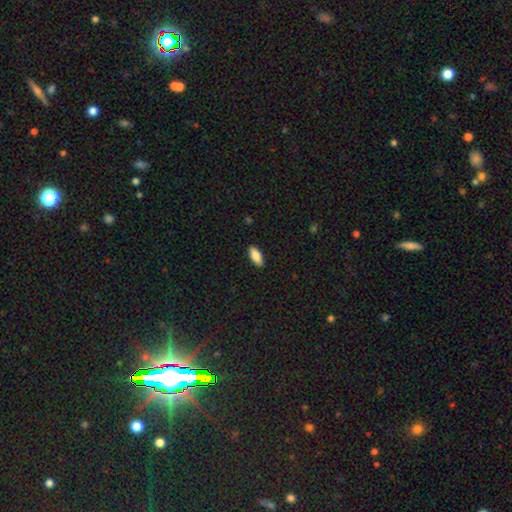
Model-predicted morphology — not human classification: A smooth galaxy with no disk features (85%) that is in between round and cigar-shaped (85%).

Vote fractions:
- Smooth or featured? smooth: 85% / featured or disk: 9% / star or artifact: 6%
- How rounded? in between: 85% / cigar-shaped: 13% / round: 2%
- Merging? none: 90% / minor disturbance: 8% / major disturbance: 2% / merger: 1%